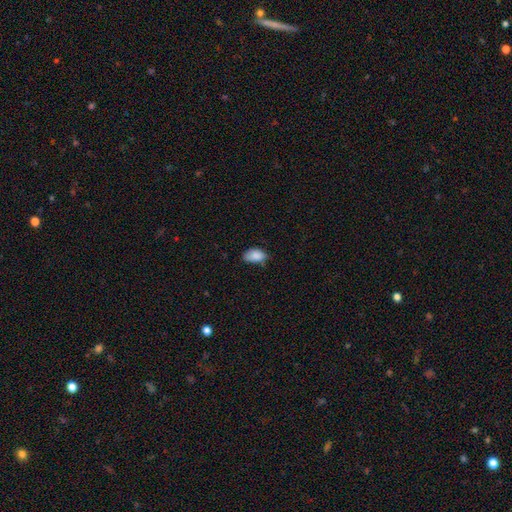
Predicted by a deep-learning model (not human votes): smooth_or_featured: smooth (p=0.86) [alt: star or artifact p=0.08]
how_rounded: in between (p=0.92) [alt: round p=0.07]
merging: none (p=0.56) [alt: minor disturbance p=0.36]